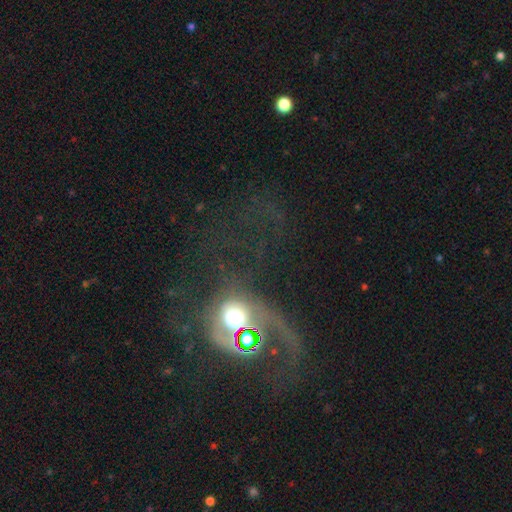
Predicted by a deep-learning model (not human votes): featured or disk 53%, smooth 27%, star or artifact 20%. Down the decision tree: edge-on disk — no (95%); merging — major disturbance (43%).